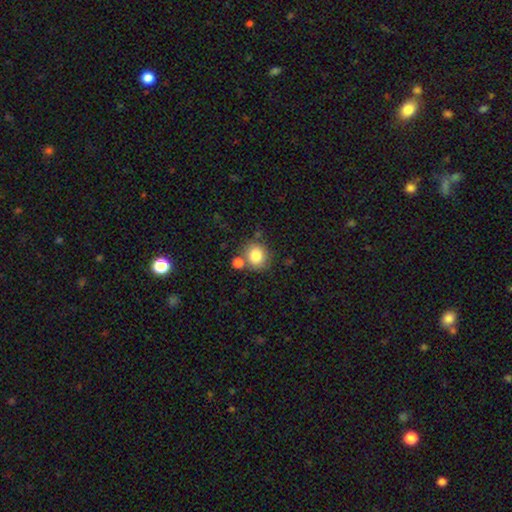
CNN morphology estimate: Smooth or featured? Predicted: smooth (p=0.82). How rounded? Predicted: round (p=0.84). Merging? Predicted: none (p=0.71).